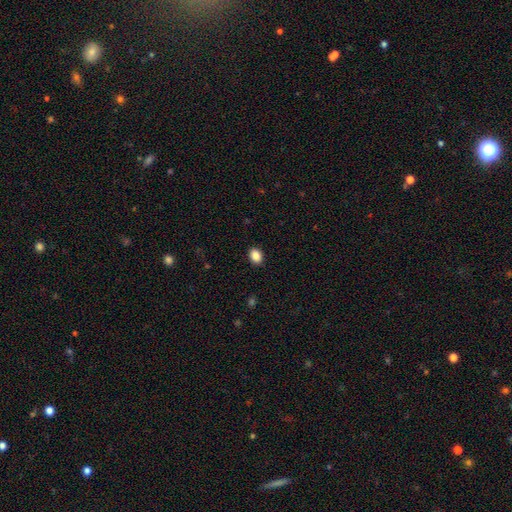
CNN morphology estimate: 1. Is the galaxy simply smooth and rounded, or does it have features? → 88% smooth, 9% star or artifact, 3% featured or disk.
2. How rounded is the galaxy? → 68% in between, 31% round, 1% cigar-shaped.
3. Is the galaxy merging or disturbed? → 90% none, 7% minor disturbance, 2% major disturbance, 1% merger.